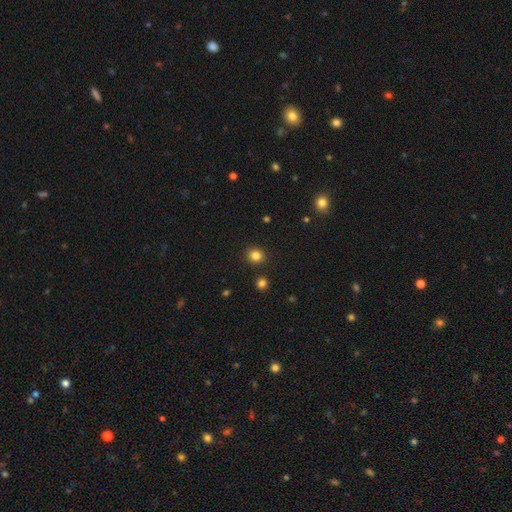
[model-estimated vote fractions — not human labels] smooth-or-featured: smooth: 83% | star or artifact: 13% | featured or disk: 4%
  how-rounded: round: 87% | in between: 13% | cigar-shaped: 1%
  merging: none: 90% | minor disturbance: 6% | merger: 3% | major disturbance: 2%